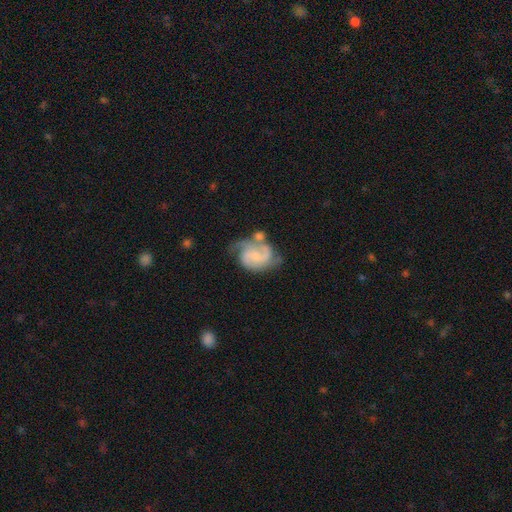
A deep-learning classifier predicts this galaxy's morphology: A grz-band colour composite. It shows a featured or disk galaxy (77%) with no bar (49%), 2 (71%) medium (51%) spiral arms (93%) and a small central bulge (54%). Merging: none (41%).